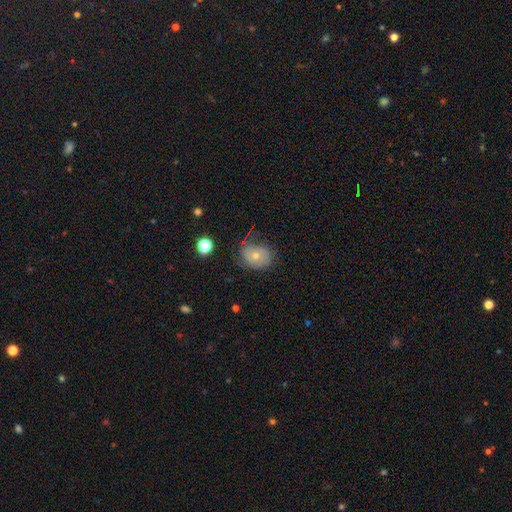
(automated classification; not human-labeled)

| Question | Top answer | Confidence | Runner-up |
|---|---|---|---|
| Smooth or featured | smooth | 53% | featured or disk (36%) |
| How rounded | in between | 53% | round (46%) |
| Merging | none | 57% | minor disturbance (28%) |